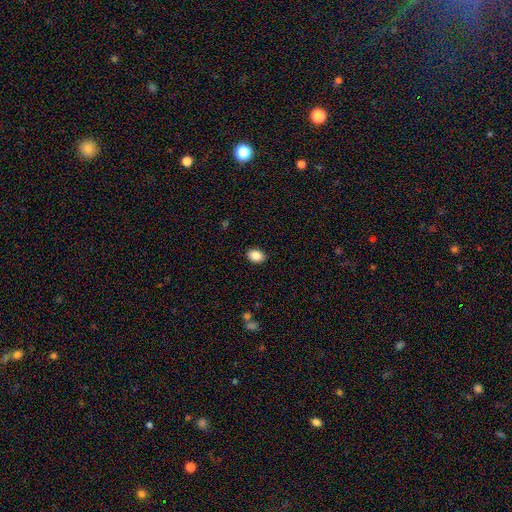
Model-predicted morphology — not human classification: Smooth or featured? smooth (87%)
How rounded? in between (74%)
Merging? none (89%)